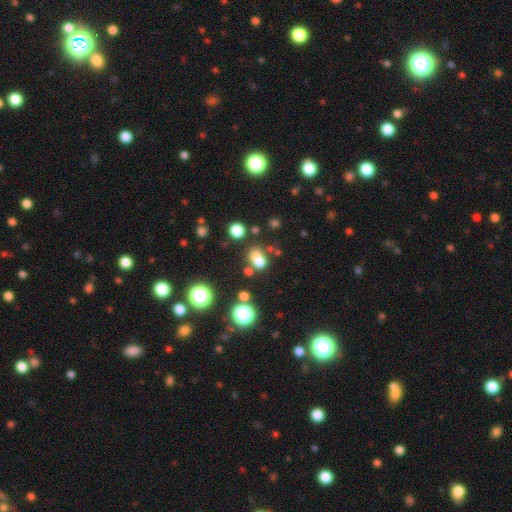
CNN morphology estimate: Smooth or featured?
  - smooth: 70% *
  - star or artifact: 18%
  - featured or disk: 11%
How rounded?
  - in between: 62% *
  - round: 36%
  - cigar-shaped: 2%
Merging?
  - none: 45% *
  - merger: 31%
  - minor disturbance: 16%
  - major disturbance: 8%